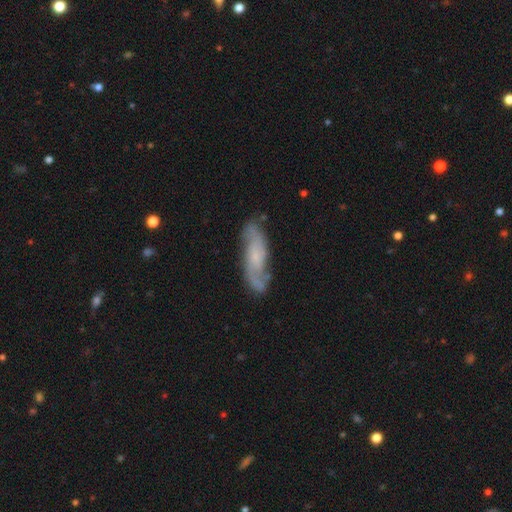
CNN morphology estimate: Smooth or featured? Predicted: featured or disk (p=0.74). Edge-on disk? Predicted: no (p=0.86). Bar? Predicted: no (p=0.58). Spiral arms? Predicted: yes (p=0.93). Spiral winding? Predicted: medium (p=0.45). Spiral arm count? Predicted: 2 (p=0.82). Bulge size? Predicted: small (p=0.60). Merging? Predicted: none (p=0.73).